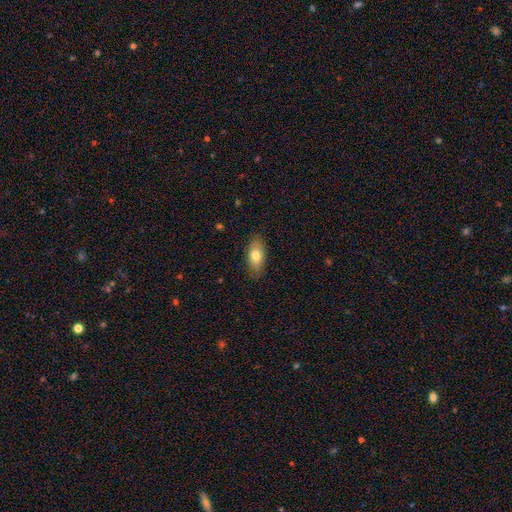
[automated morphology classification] Overall: smooth (74%). How rounded: in between (88%). Merging: none (81%).